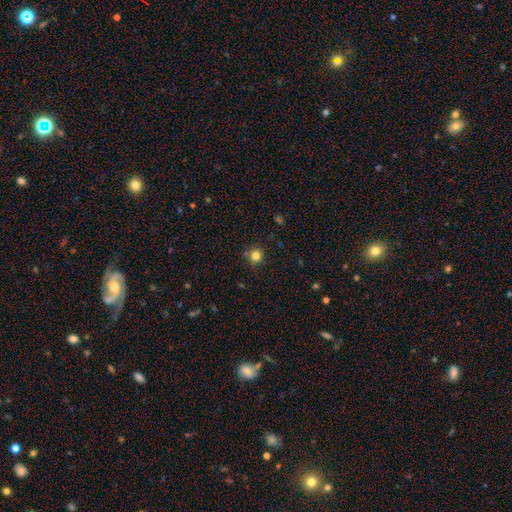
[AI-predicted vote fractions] This is clearly a smooth galaxy (81%). How rounded: clearly round (92%). Merging: clearly none (80%).